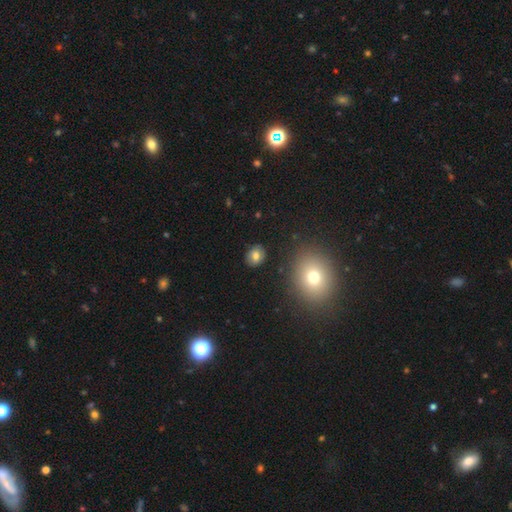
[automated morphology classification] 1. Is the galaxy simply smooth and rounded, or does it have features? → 77% smooth, 13% featured or disk, 10% star or artifact.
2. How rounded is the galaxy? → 51% round, 48% in between, 1% cigar-shaped.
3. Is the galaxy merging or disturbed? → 87% none, 9% minor disturbance, 2% major disturbance, 2% merger.